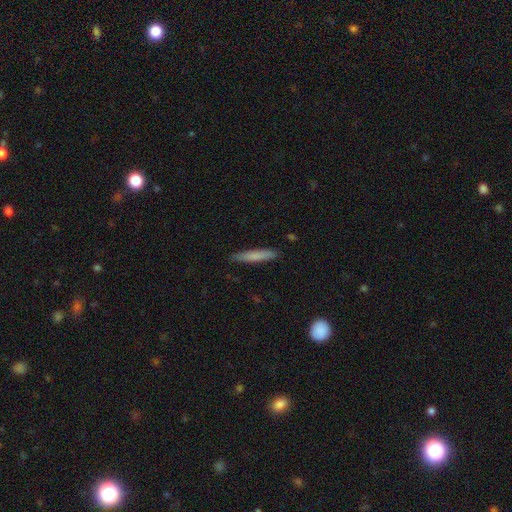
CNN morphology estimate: Smooth or featured: smooth — 75% (featured or disk — 19%)
How rounded: cigar-shaped — 92% (in between — 6%)
Merging: none — 88% (minor disturbance — 9%)